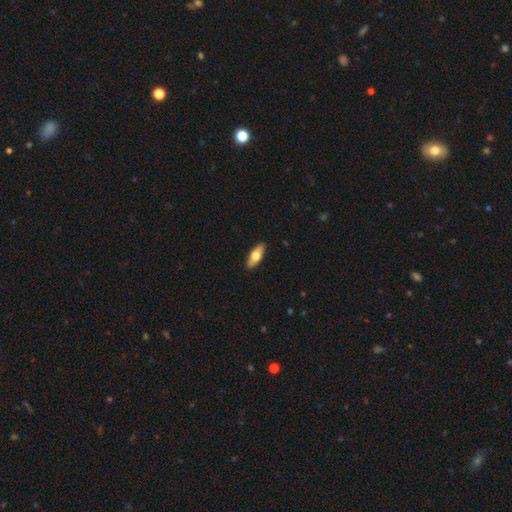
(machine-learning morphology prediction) Overall: smooth (64%; featured or disk 30%). How rounded: in between (71%). Merging: none (90%).